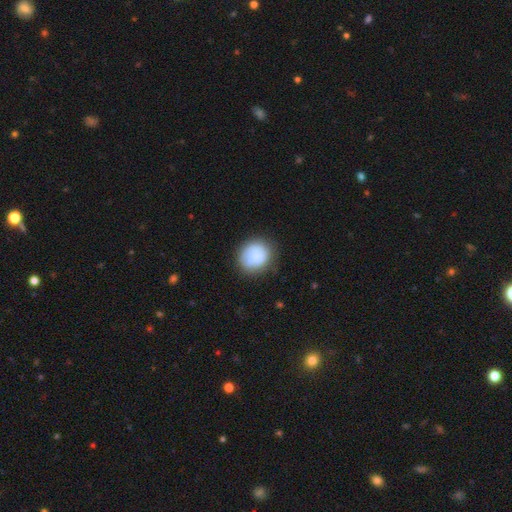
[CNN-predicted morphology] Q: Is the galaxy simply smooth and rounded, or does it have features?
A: smooth — 73%.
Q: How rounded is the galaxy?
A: round — 79%.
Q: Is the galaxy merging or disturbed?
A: none — 67%.